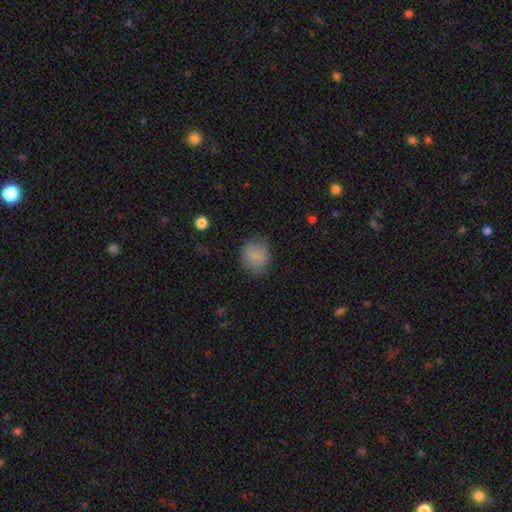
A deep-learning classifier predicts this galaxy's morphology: type=smooth (80%); roundness=round (74%); merging=none (71%).